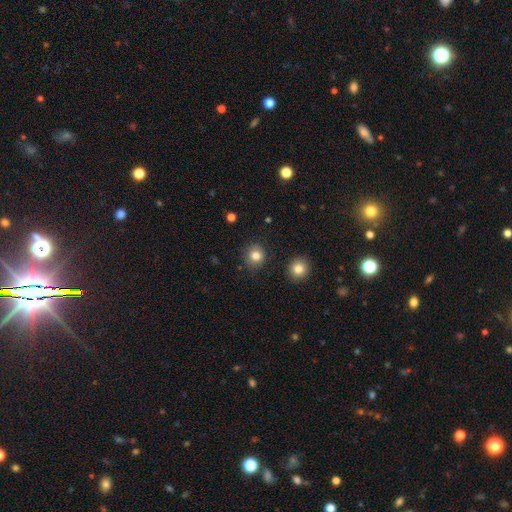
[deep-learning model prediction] smooth 83%, star or artifact 11%, featured or disk 6%. Down the decision tree: how rounded — round (86%); merging — none (87%).